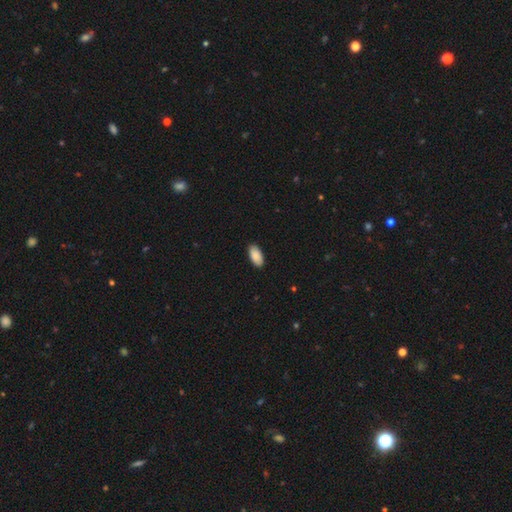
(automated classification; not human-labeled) Smooth or featured?
  - smooth: 90% *
  - star or artifact: 6%
  - featured or disk: 4%
How rounded?
  - in between: 95% *
  - cigar-shaped: 4%
  - round: 2%
Merging?
  - none: 89% *
  - minor disturbance: 8%
  - major disturbance: 2%
  - merger: 1%